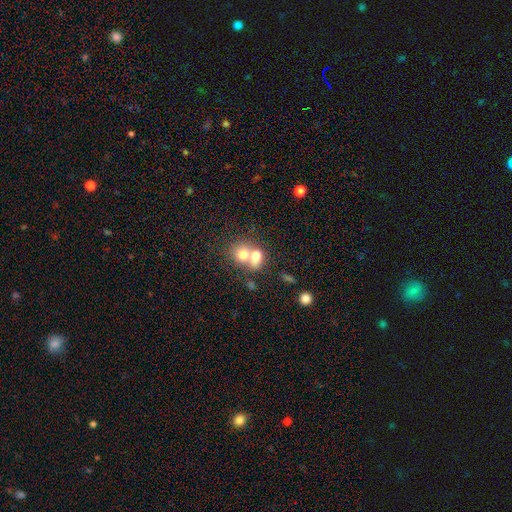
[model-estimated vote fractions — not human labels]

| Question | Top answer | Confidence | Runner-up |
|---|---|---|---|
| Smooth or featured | smooth | 72% | featured or disk (19%) |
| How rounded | round | 51% | in between (47%) |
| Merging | merger | 70% | none (21%) |